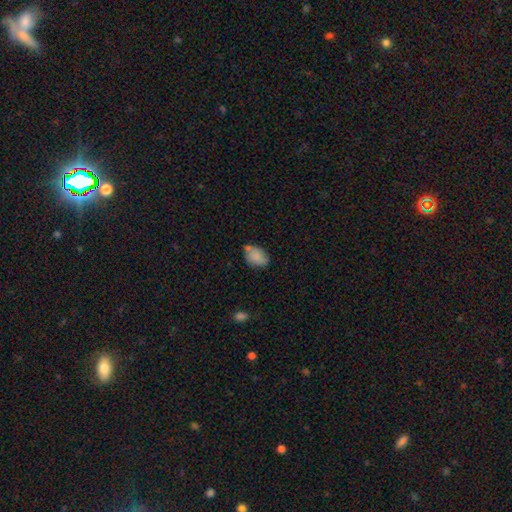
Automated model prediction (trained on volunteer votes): smooth 80%, featured or disk 12%, star or artifact 8%. Down the decision tree: how rounded — in between (85%); merging — none (56%).